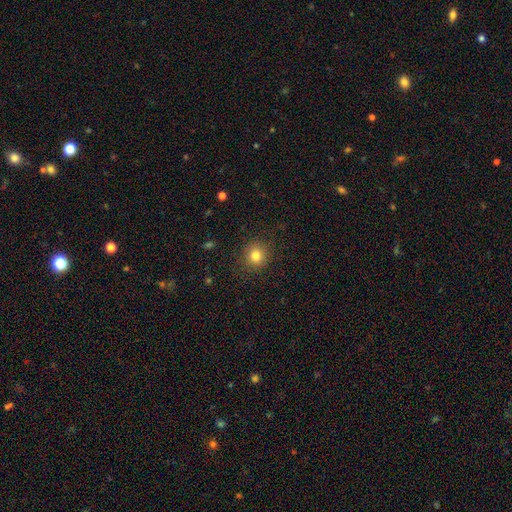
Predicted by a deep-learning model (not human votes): Overall: smooth (81%). How rounded: round (91%). Merging: none (89%).